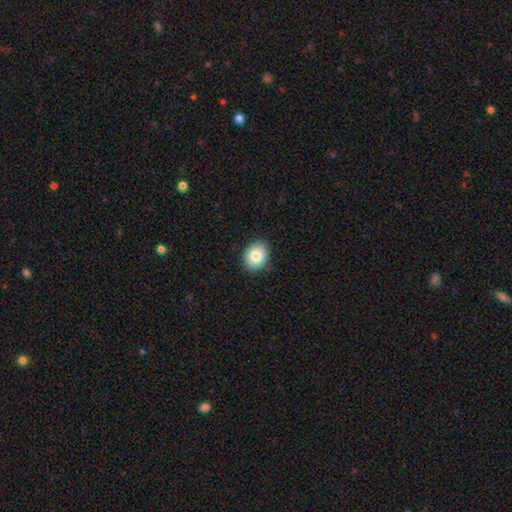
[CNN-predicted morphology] The model was most divided on "how rounded": in between: 58%, round: 41%, cigar-shaped: 1%. More confident: merging — none (86%); smooth or featured — smooth (82%).